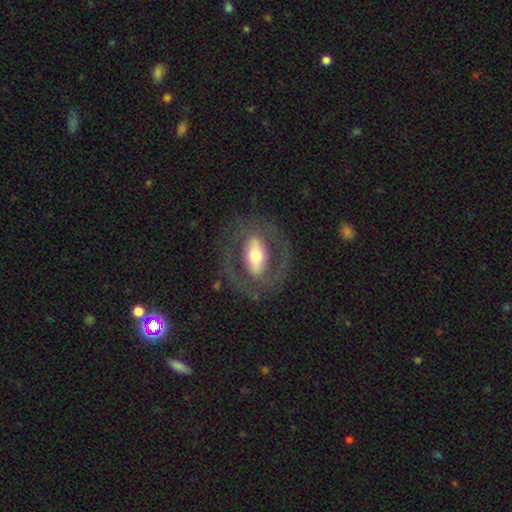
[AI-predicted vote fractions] Q: Smooth or featured?
A: featured or disk (71%); runner-up: smooth (23%)
Q: Edge-on disk?
A: no (92%); runner-up: yes (8%)
Q: Bar?
A: strong (50%); runner-up: no (26%)
Q: Spiral arms?
A: no (52%); runner-up: yes (48%)
Q: Bulge size?
A: moderate (60%); runner-up: large (24%)
Q: Merging?
A: none (74%); runner-up: minor disturbance (13%)